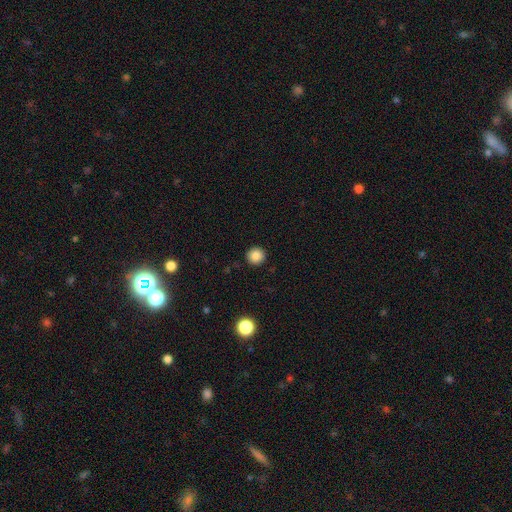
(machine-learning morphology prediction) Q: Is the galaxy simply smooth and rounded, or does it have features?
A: smooth — 86%.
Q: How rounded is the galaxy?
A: round — 94%.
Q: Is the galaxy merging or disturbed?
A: none — 92%.